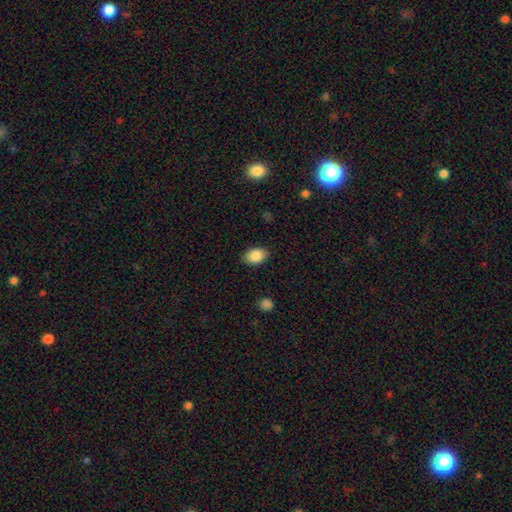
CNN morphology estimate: Q: Smooth or featured?
A: smooth (88%); runner-up: star or artifact (7%)
Q: How rounded?
A: in between (84%); runner-up: round (15%)
Q: Merging?
A: none (87%); runner-up: minor disturbance (10%)